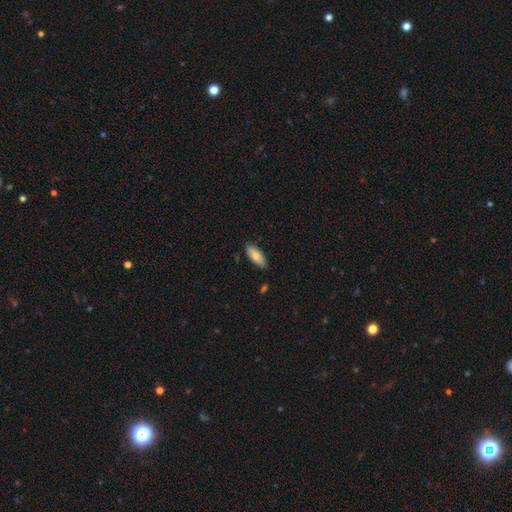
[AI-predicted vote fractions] The model was most divided on "how rounded": in between: 72%, cigar-shaped: 26%, round: 2%. More confident: merging — none (85%); smooth or featured — smooth (78%).